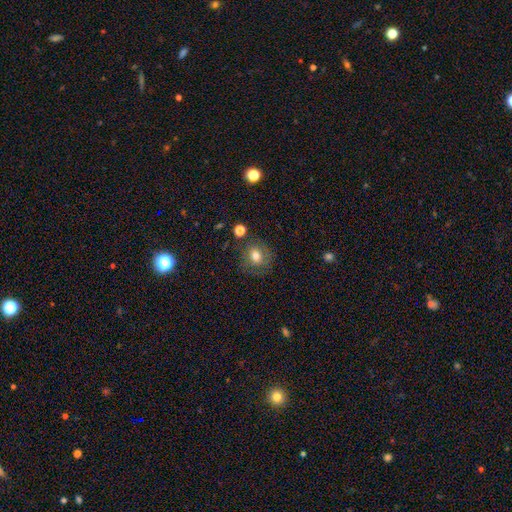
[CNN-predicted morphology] A smooth galaxy with no disk features (70%) that is round (73%).

Vote fractions:
- Smooth or featured? smooth: 70% / featured or disk: 18% / star or artifact: 12%
- How rounded? round: 73% / in between: 26% / cigar-shaped: 1%
- Merging? none: 73% / minor disturbance: 16% / major disturbance: 7% / merger: 4%